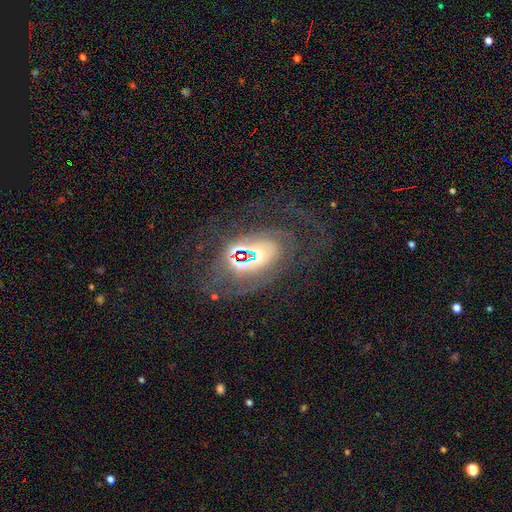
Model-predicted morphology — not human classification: type=featured or disk (59%); edge-on=no (93%); bar=no (62%); spiral arms=yes (74%); bulge=moderate (45%); merging=none (57%).